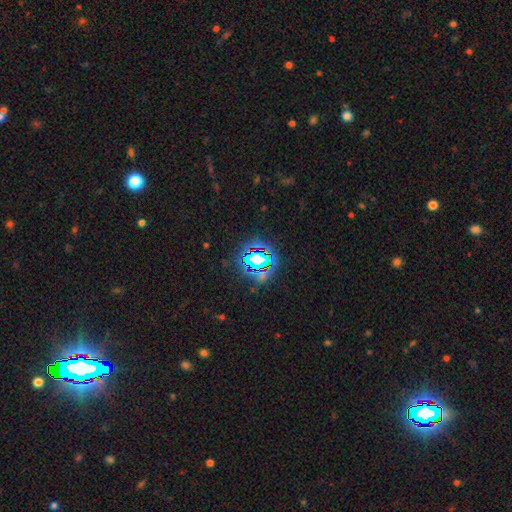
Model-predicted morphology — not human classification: The model was most divided on "smooth or featured": star or artifact: 71%, smooth: 18%, featured or disk: 12%.